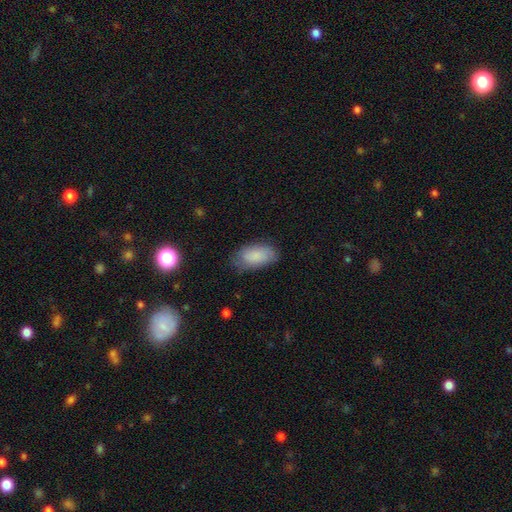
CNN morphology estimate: Smooth or featured: smooth — 83% (featured or disk — 10%)
How rounded: in between — 94% (round — 3%)
Merging: none — 70% (minor disturbance — 23%)